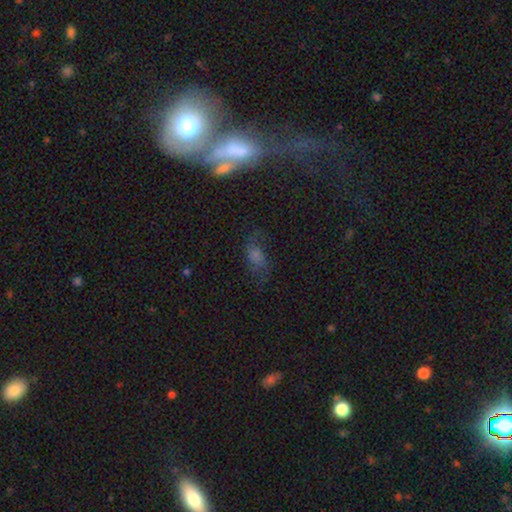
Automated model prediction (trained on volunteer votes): A smooth galaxy with no disk features (42%). Merging: none (53%).